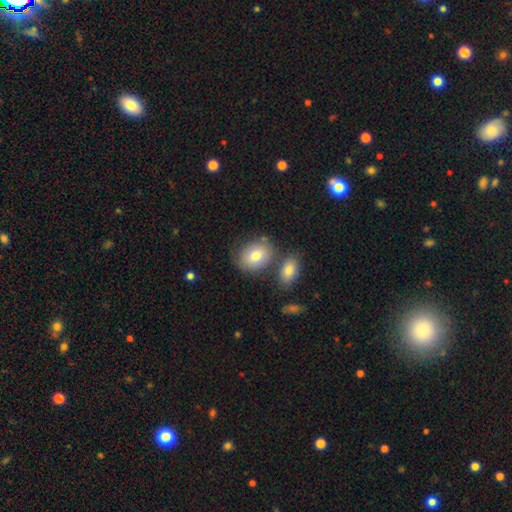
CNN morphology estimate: Smooth or featured: smooth — 77% (featured or disk — 15%)
How rounded: in between — 61% (round — 38%)
Merging: none — 64% (merger — 19%)